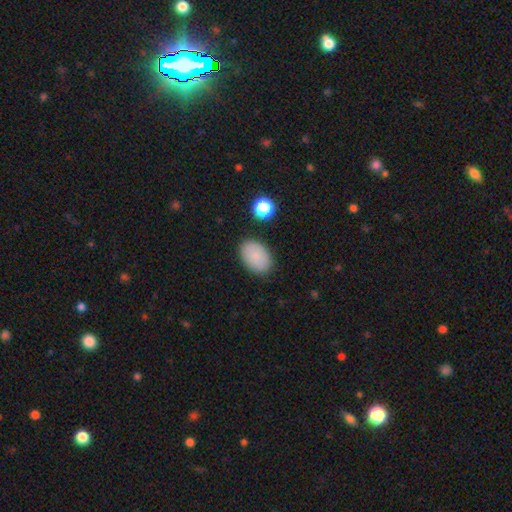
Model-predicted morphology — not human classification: The model was most divided on "merging": none: 85%, minor disturbance: 10%, major disturbance: 3%, merger: 2%. More confident: how rounded — in between (87%); smooth or featured — smooth (86%).